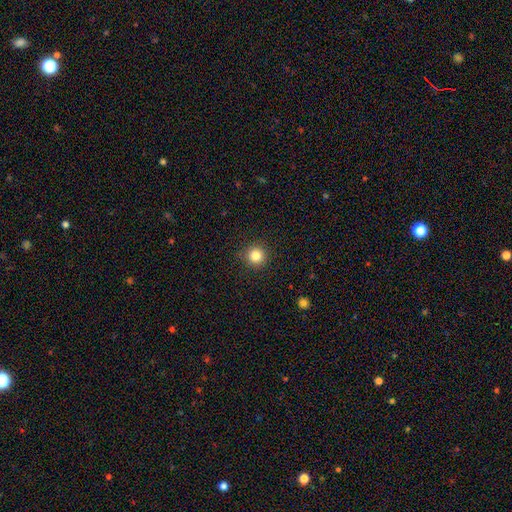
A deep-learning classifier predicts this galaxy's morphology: A smooth galaxy with no disk features (84%) that is round (95%). Merging: none (91%).